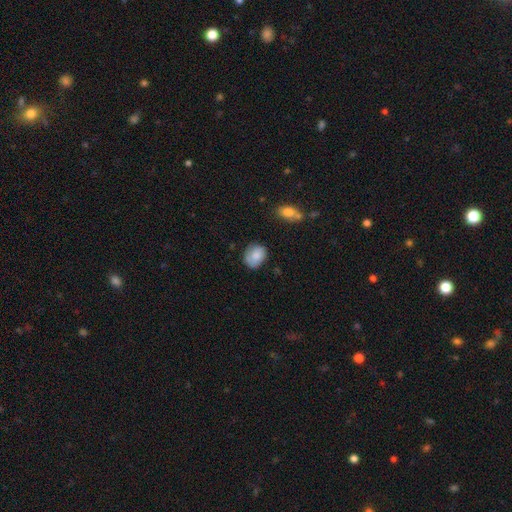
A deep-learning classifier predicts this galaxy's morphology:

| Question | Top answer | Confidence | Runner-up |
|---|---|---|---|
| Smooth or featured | smooth | 80% | featured or disk (13%) |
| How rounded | round | 53% | in between (46%) |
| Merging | none | 66% | minor disturbance (25%) |